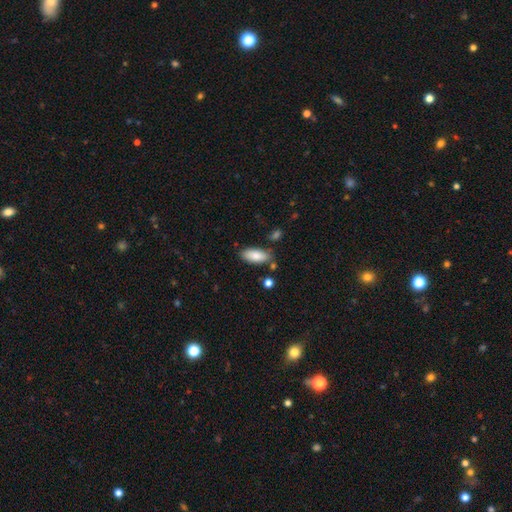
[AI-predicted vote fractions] The model was most divided on "merging": none: 79%, minor disturbance: 14%, merger: 5%, major disturbance: 3%. More confident: how rounded — in between (87%); smooth or featured — smooth (84%).